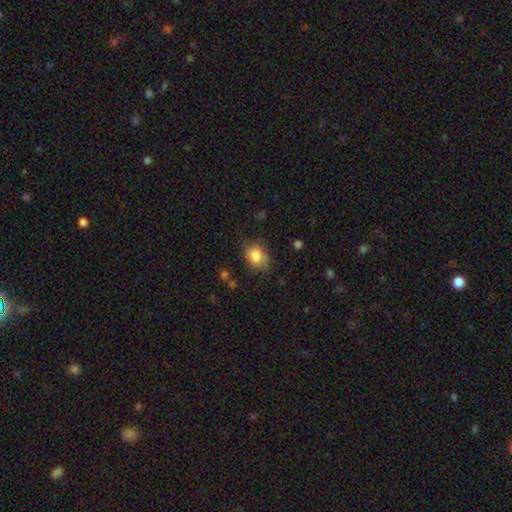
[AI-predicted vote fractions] Overall: smooth (81%). How rounded: in between (52%; round 47%). Merging: none (66%).